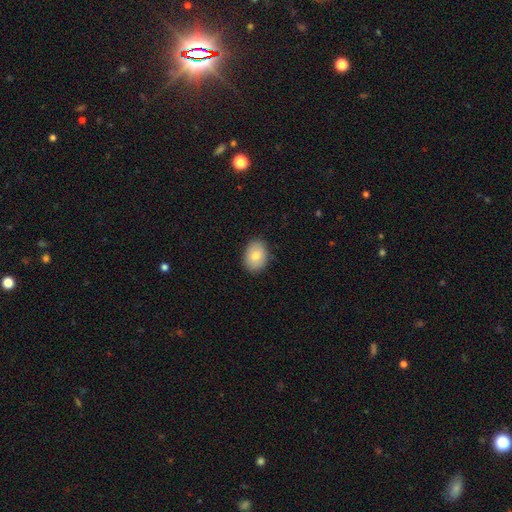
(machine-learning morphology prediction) Smooth or featured? smooth (82%)
How rounded? in between (72%)
Merging? none (87%)